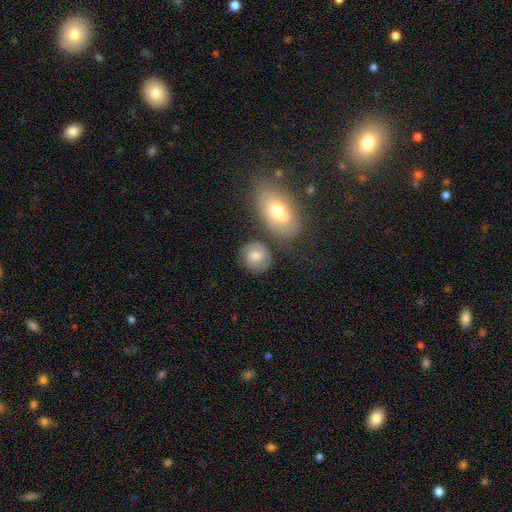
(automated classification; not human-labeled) This is possibly a smooth galaxy (55%). How rounded: likely round (69%). Merging: likely none (70%).